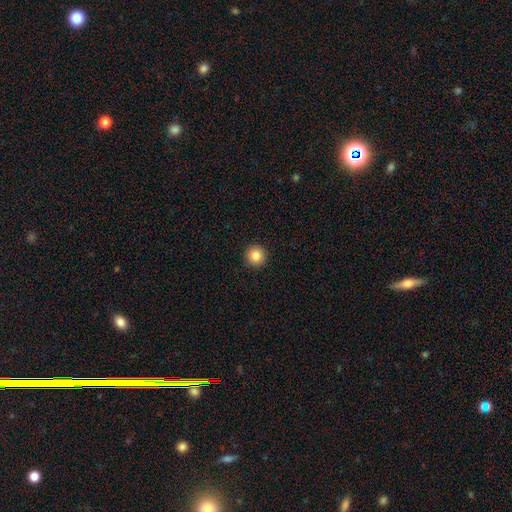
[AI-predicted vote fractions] smooth 85%, star or artifact 10%, featured or disk 5%. Down the decision tree: how rounded — round (95%); merging — none (93%).